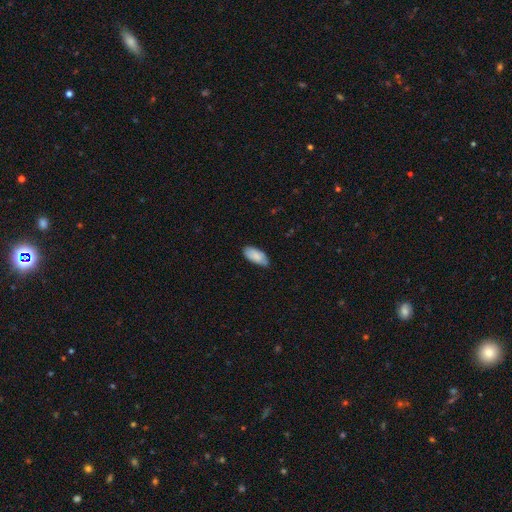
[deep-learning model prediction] smooth 85%, featured or disk 9%, star or artifact 6%. Down the decision tree: how rounded — in between (90%); merging — none (78%).